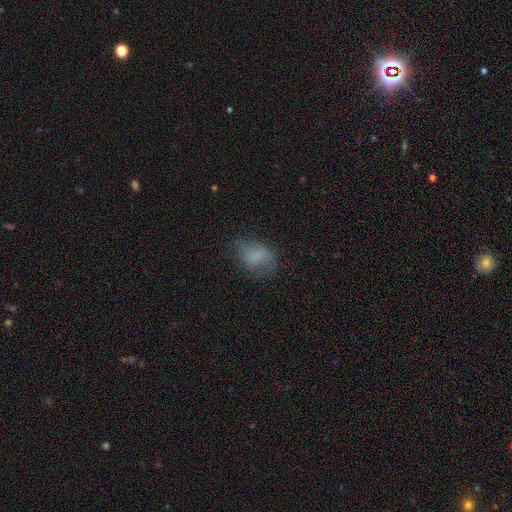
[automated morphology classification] This appears to be a smooth galaxy with no disk features (66%) that is in between round and cigar-shaped (80%). Merging: none (55%).